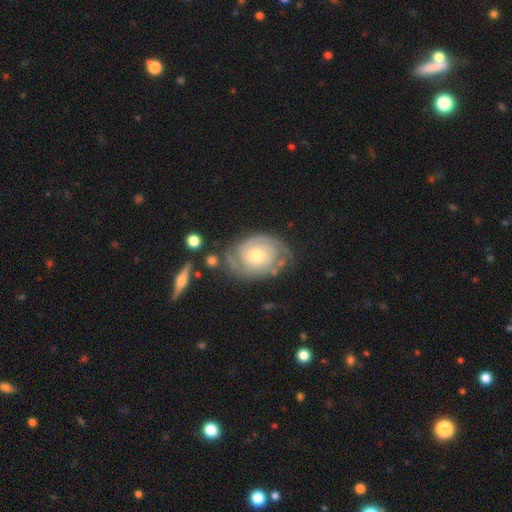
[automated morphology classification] A featured or disk galaxy (83%) with no bar (78%), 2 (47%) tight (75%) spiral arms (93%) and a moderate central bulge (66%). Merging: none (67%).